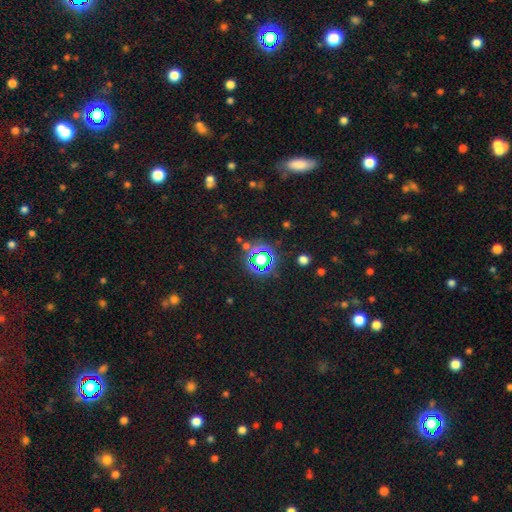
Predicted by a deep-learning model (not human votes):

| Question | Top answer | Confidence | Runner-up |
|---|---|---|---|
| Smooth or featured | star or artifact | 64% | smooth (26%) |